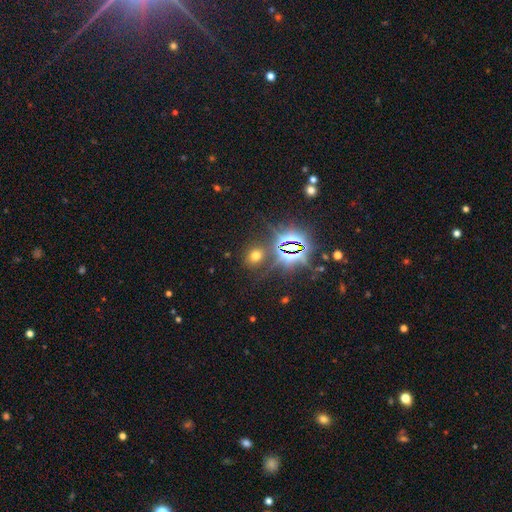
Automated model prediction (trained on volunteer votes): This appears to be a smooth galaxy with no disk features (50%) that is round (67%). Merging: none (80%).